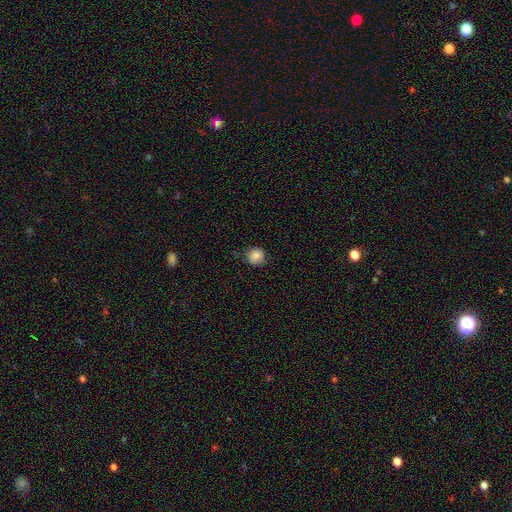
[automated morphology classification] Smooth or featured? smooth (86%)
How rounded? round (89%)
Merging? none (79%)